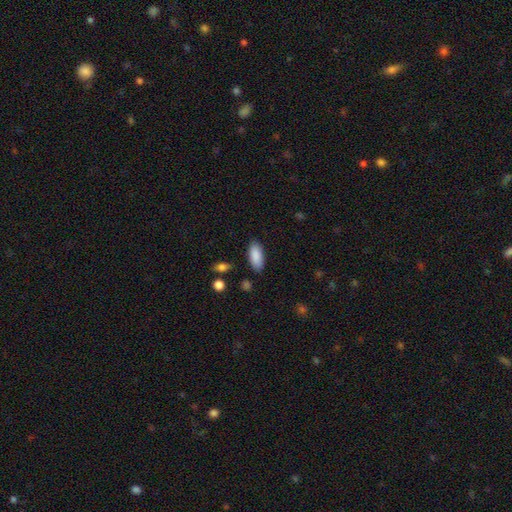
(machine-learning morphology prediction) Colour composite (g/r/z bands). It shows a smooth galaxy with no disk features (89%) that is in between round and cigar-shaped (86%). Merging: none (85%).